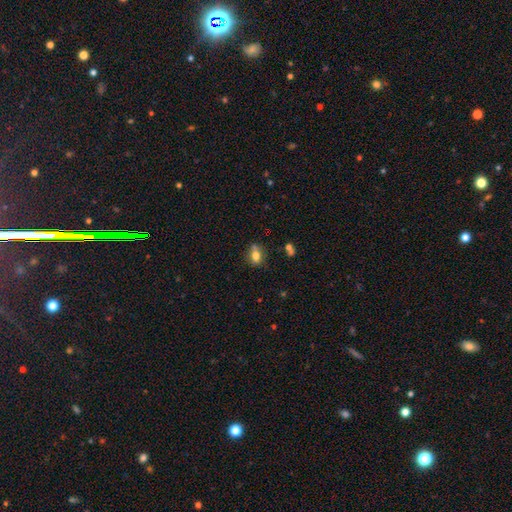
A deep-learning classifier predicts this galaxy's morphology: The model was most divided on "merging": none: 55%, minor disturbance: 23%, merger: 15%, major disturbance: 7%. More confident: smooth or featured — smooth (75%); how rounded — in between (69%).